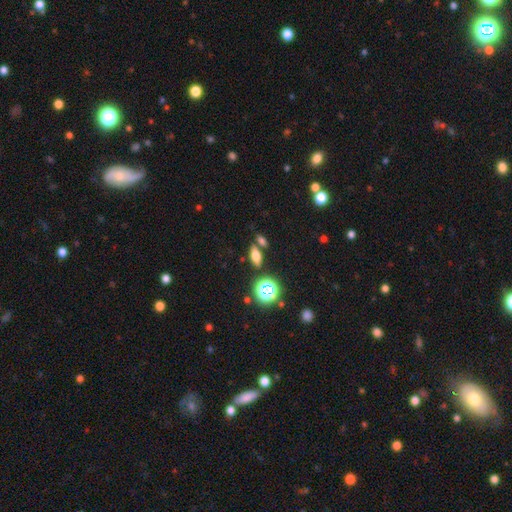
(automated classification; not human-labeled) A smooth galaxy with no disk features (64%) that is in between round and cigar-shaped (72%). Merging: none (70%).